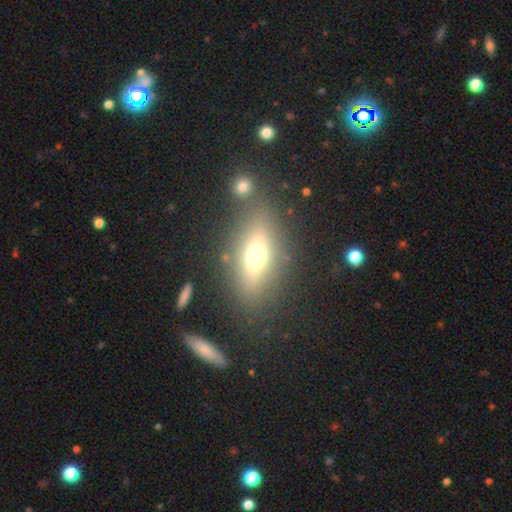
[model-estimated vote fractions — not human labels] Overall: smooth (60%; featured or disk 27%). How rounded: in between (72%). Merging: none (76%).